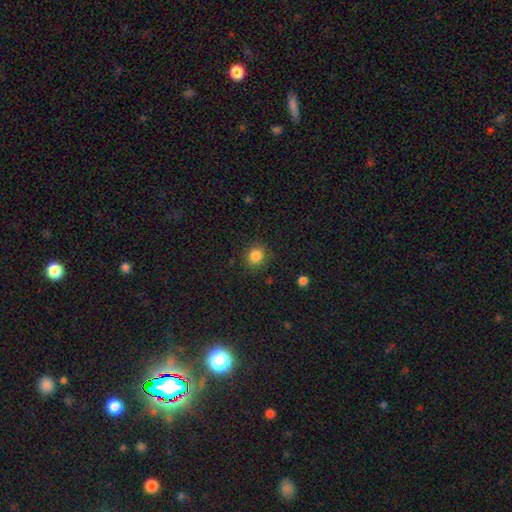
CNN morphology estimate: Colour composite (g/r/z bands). It shows a smooth galaxy with no disk features (85%) that is round (85%). Merging: none (86%).